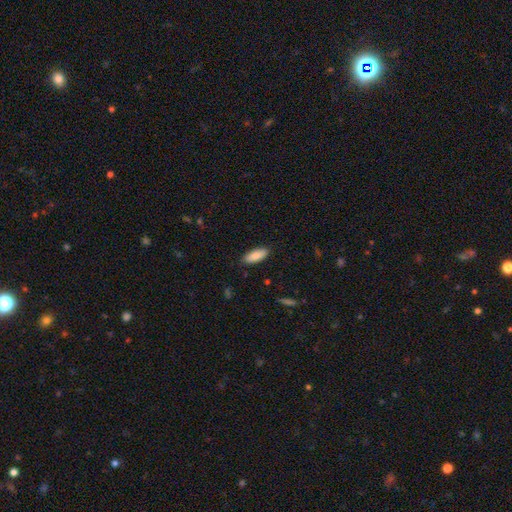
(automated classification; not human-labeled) A smooth galaxy with no disk features (86%) that is in between round and cigar-shaped (77%).

Vote fractions:
- Smooth or featured? smooth: 86% / featured or disk: 8% / star or artifact: 6%
- How rounded? in between: 77% / cigar-shaped: 21% / round: 2%
- Merging? none: 87% / minor disturbance: 10% / major disturbance: 2% / merger: 1%